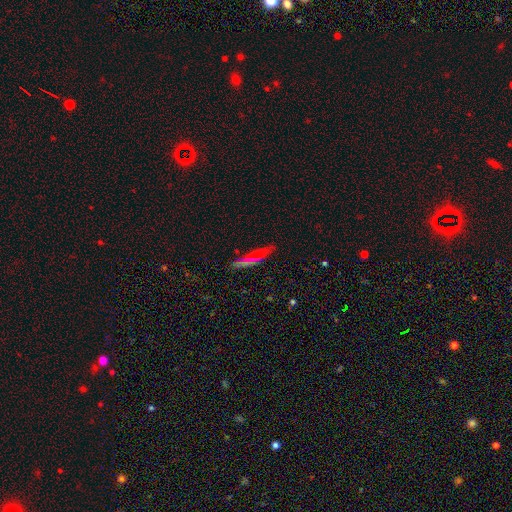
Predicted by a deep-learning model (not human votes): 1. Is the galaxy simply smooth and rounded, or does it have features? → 63% smooth, 21% featured or disk, 16% star or artifact.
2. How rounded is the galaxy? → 82% cigar-shaped, 15% in between, 3% round.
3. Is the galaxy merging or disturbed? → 78% none, 16% minor disturbance, 4% major disturbance, 2% merger.